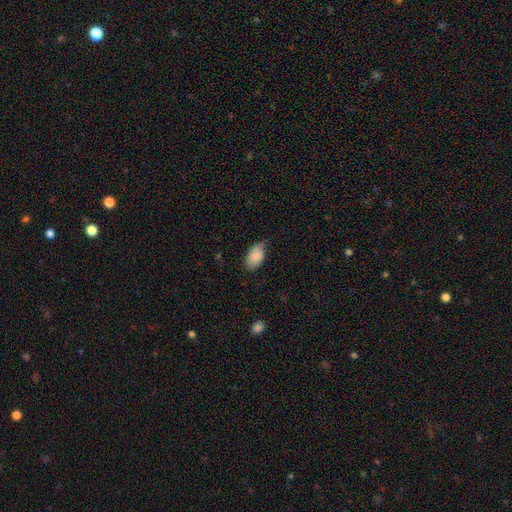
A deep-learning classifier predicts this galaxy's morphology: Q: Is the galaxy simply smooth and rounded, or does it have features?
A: smooth — 85%.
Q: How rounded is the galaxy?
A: in between — 94%.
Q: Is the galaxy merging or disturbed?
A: none — 61%.